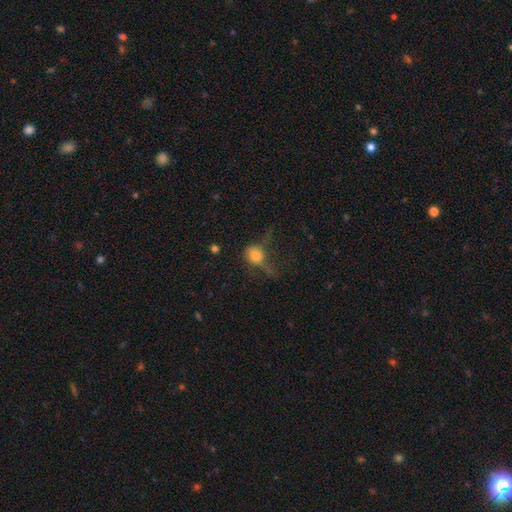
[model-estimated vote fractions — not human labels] Overall: smooth (68%). How rounded: round (59%; in between 38%). Merging: major disturbance (44%; none 29%).